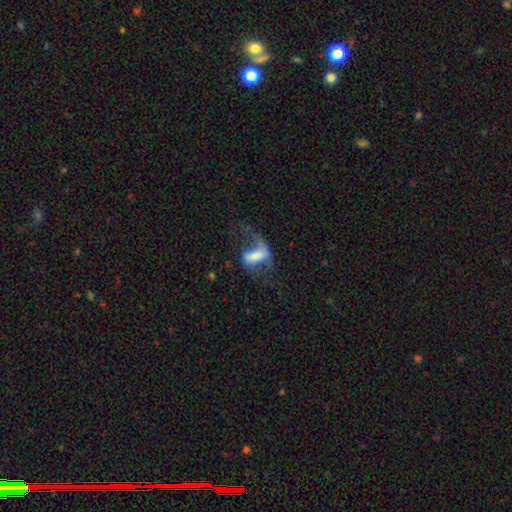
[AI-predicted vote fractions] Smooth or featured? featured or disk (55%)
Edge-on disk? no (93%)
Bar? no (34%)
Spiral arms? yes (66%)
Bulge size? moderate (29%)
Merging? major disturbance (53%)